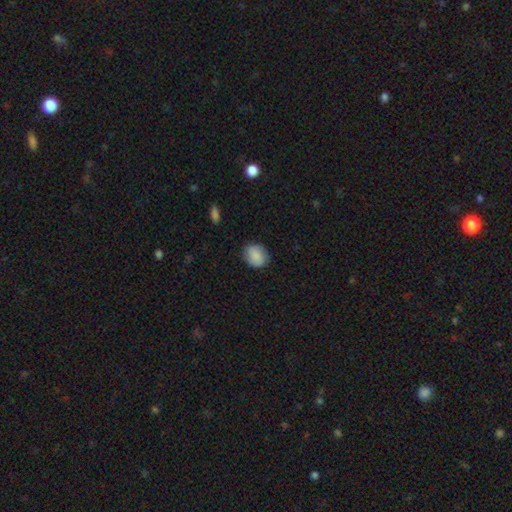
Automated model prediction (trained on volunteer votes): Overall: smooth (87%). How rounded: round (64%; in between 35%). Merging: none (83%).